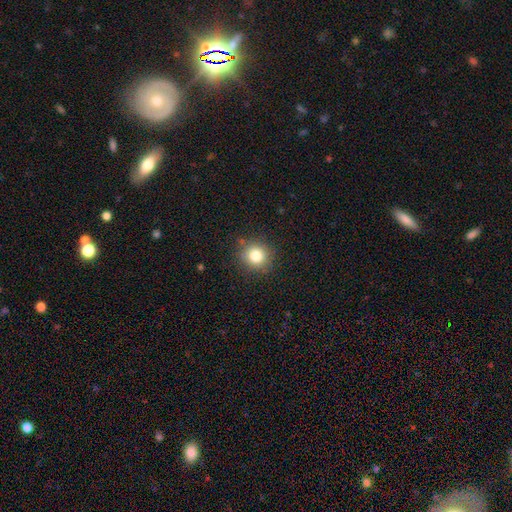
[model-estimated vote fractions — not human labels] smooth 82%, star or artifact 12%, featured or disk 7%. Down the decision tree: how rounded — round (88%); merging — none (86%).